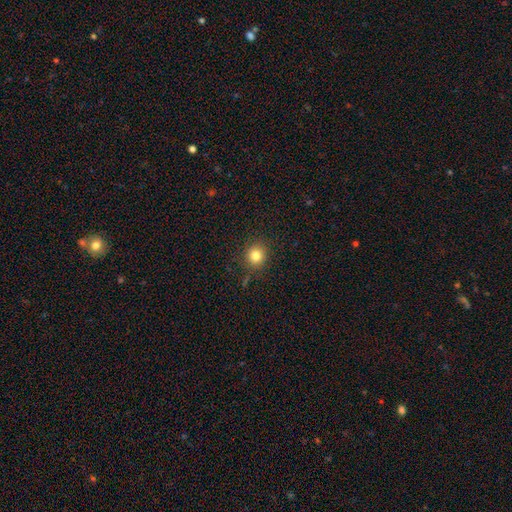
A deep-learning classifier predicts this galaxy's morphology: Smooth or featured? Predicted: smooth (p=0.82). How rounded? Predicted: round (p=0.91). Merging? Predicted: none (p=0.88).